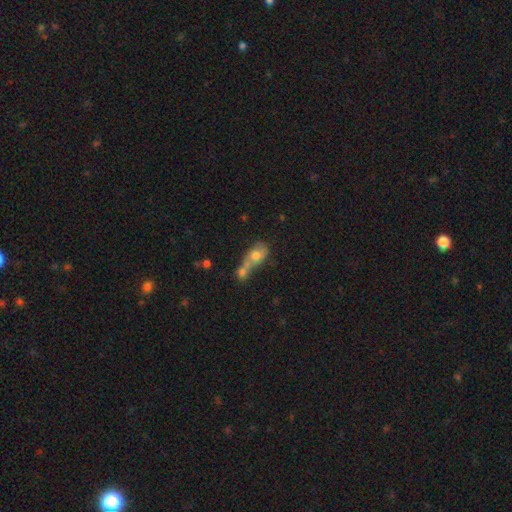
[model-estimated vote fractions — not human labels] A smooth galaxy with no disk features (68%) that is in between round and cigar-shaped (66%).

Vote fractions:
- Smooth or featured? smooth: 68% / featured or disk: 22% / star or artifact: 10%
- How rounded? in between: 66% / round: 29% / cigar-shaped: 6%
- Merging? merger: 69% / none: 17% / minor disturbance: 8% / major disturbance: 7%